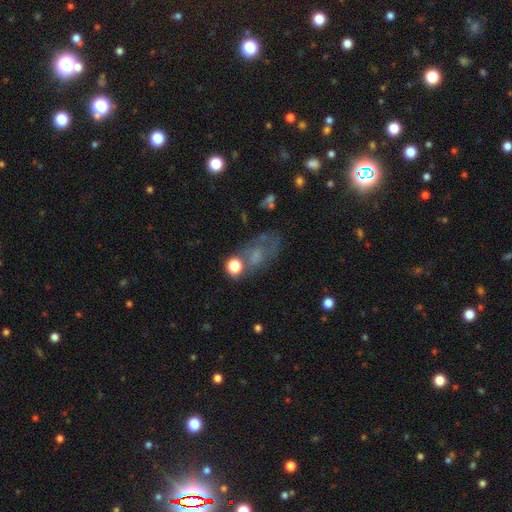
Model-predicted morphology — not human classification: smooth_or_featured: smooth (p=0.41) [alt: featured or disk p=0.37]
merging: none (p=0.46) [alt: minor disturbance p=0.22]